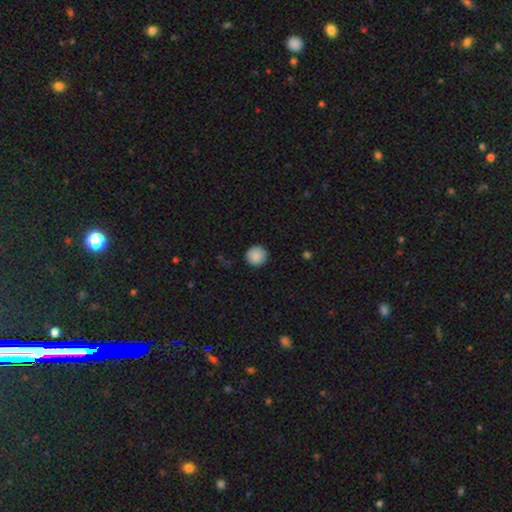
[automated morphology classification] Overall: smooth (88%). How rounded: round (95%). Merging: none (90%).